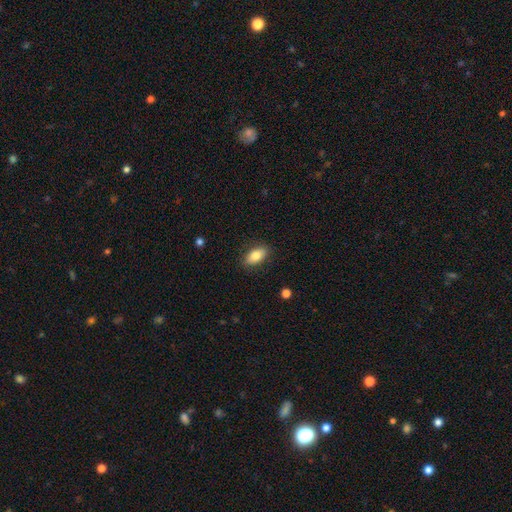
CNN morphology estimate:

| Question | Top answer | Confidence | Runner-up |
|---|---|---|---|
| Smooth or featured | smooth | 82% | featured or disk (11%) |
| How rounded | in between | 89% | cigar-shaped (6%) |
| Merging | none | 86% | minor disturbance (10%) |